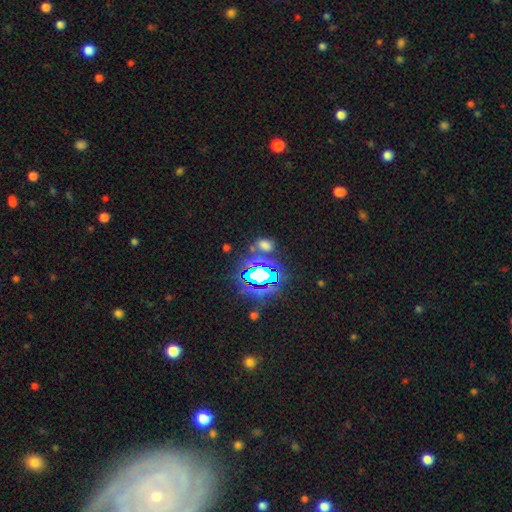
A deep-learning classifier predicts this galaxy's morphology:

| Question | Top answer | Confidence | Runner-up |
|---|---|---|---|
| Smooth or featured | star or artifact | 78% | smooth (14%) |